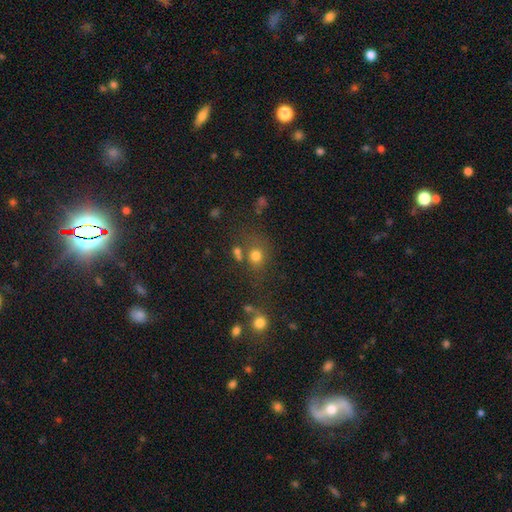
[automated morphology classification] The model was most divided on "how rounded": round: 71%, in between: 28%, cigar-shaped: 1%. More confident: smooth or featured — smooth (73%); merging — none (61%).